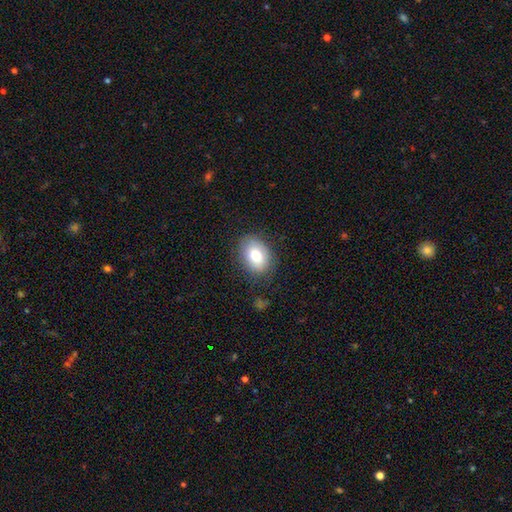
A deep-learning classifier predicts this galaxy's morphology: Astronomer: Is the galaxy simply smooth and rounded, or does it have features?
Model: smooth — 78%.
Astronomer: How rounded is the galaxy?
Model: in between — 79%.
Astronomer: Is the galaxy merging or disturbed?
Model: none — 79%.